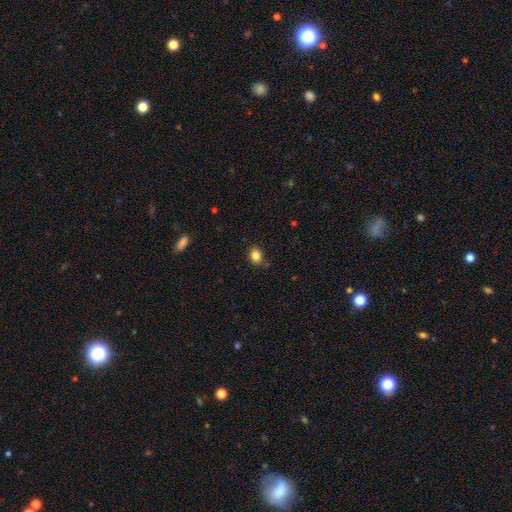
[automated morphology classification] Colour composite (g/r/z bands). It shows a smooth galaxy with no disk features (84%) that is round (55%). Merging: none (84%).